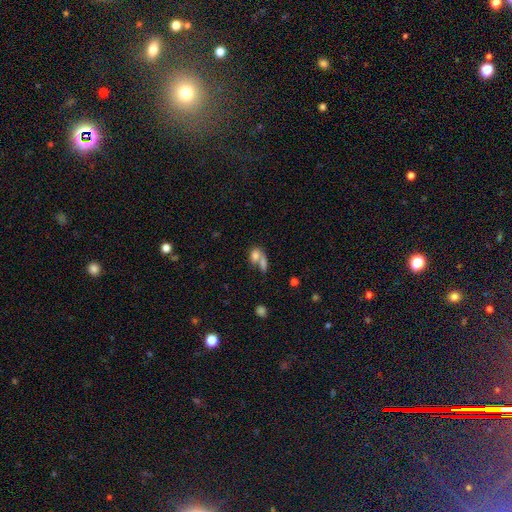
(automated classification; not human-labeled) smooth_or_featured: smooth (p=0.76) [alt: featured or disk p=0.13]
how_rounded: in between (p=0.70) [alt: round p=0.24]
merging: merger (p=0.58) [alt: none p=0.28]